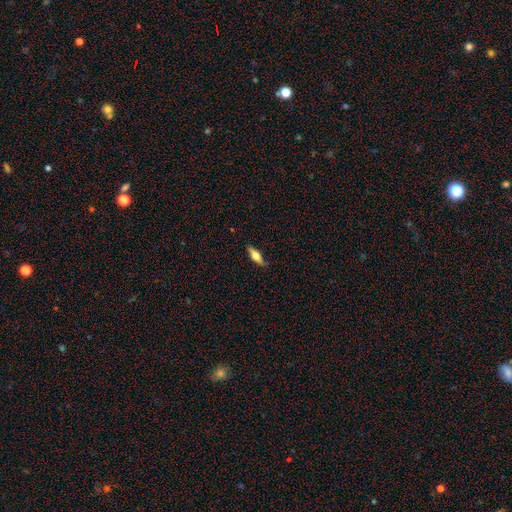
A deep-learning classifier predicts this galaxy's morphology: This appears to be a smooth galaxy with no disk features (58%) that is in between round and cigar-shaped (53%). Merging: none (79%).